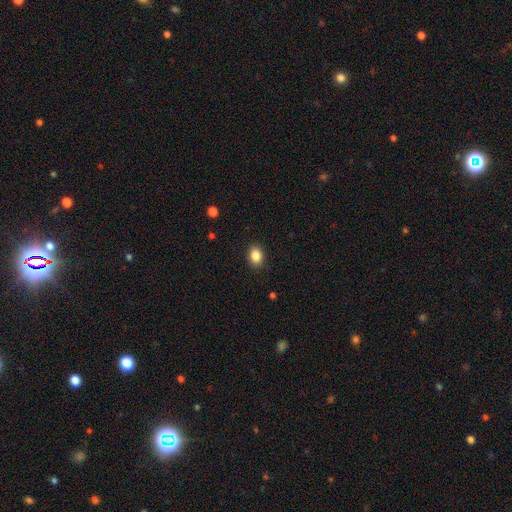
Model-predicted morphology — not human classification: smooth_or_featured: smooth (p=0.87) [alt: star or artifact p=0.09]
how_rounded: in between (p=0.69) [alt: round p=0.30]
merging: none (p=0.89) [alt: minor disturbance p=0.08]